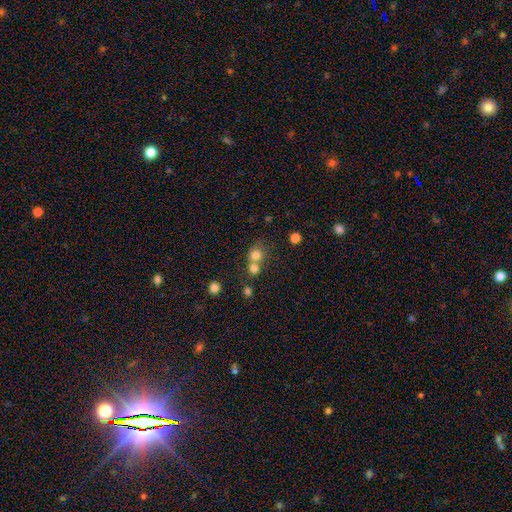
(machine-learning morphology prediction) Smooth or featured?
  - smooth: 76% *
  - star or artifact: 14%
  - featured or disk: 10%
How rounded?
  - round: 81% *
  - in between: 18%
  - cigar-shaped: 1%
Merging?
  - merger: 50% *
  - none: 40%
  - minor disturbance: 7%
  - major disturbance: 4%